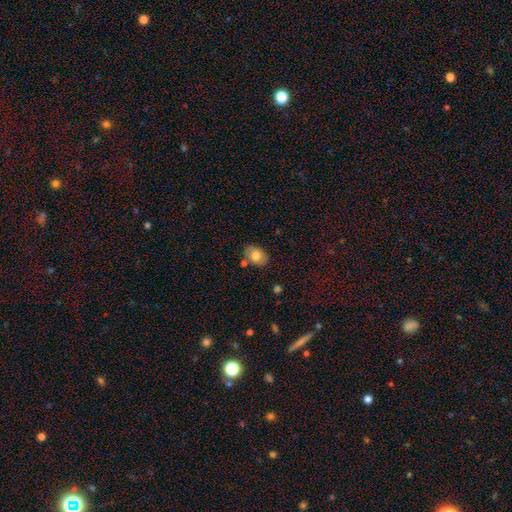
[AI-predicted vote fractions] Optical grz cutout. It shows a smooth galaxy with no disk features (78%) that is in between round and cigar-shaped (76%). Merging: none (73%).